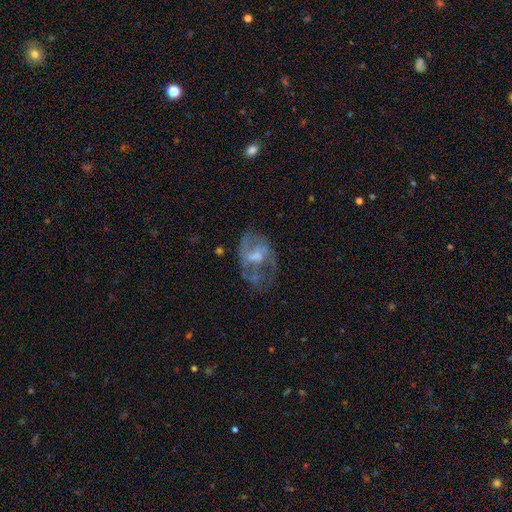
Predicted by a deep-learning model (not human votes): A featured or disk galaxy (68%) with no bar (44%, tied with weak), spiral arms (59%) and a moderate central bulge (42%). Merging: none (47%).